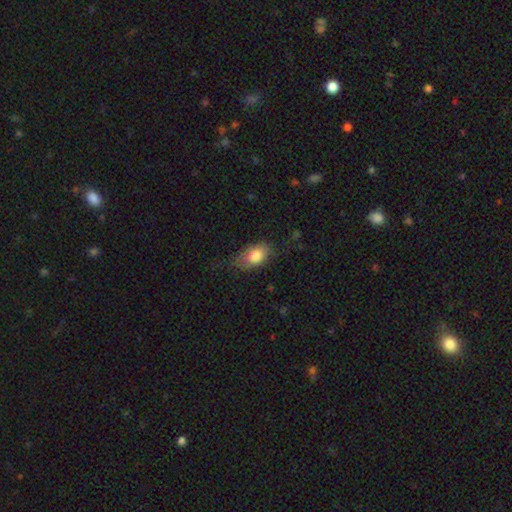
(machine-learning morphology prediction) Smooth or featured?
  - smooth: 78% *
  - featured or disk: 14%
  - star or artifact: 7%
How rounded?
  - in between: 84% *
  - round: 12%
  - cigar-shaped: 3%
Merging?
  - none: 57% *
  - minor disturbance: 29%
  - major disturbance: 13%
  - merger: 2%